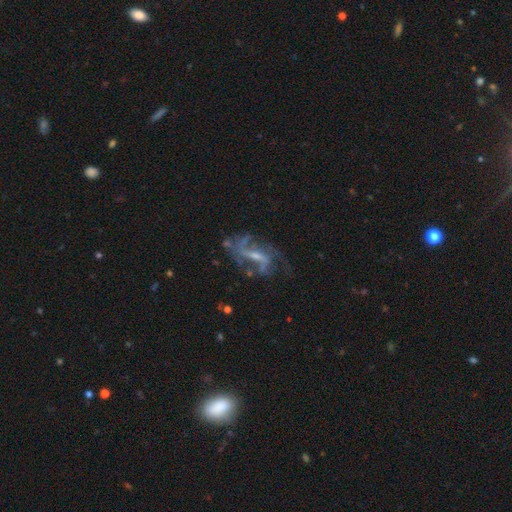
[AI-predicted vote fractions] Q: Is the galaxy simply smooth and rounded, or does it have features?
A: featured or disk — 80%.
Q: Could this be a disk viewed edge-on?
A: no — 93%.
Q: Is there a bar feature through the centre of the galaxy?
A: weak — 45%.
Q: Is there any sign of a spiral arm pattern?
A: yes — 87%.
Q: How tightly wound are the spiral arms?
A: loose — 45%.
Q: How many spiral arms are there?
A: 2 — 52%.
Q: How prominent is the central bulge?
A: small — 52%.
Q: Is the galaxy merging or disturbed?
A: none — 53%.